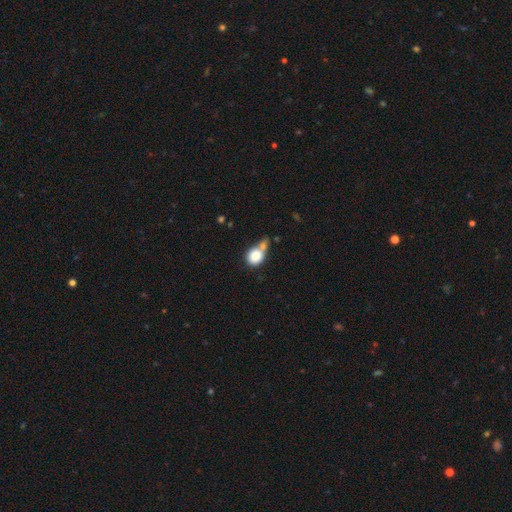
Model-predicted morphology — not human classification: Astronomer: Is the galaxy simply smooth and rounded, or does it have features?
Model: smooth — 82%.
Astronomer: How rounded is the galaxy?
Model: round — 75%.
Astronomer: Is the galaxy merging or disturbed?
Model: merger — 42% (runner-up: none, 35%).